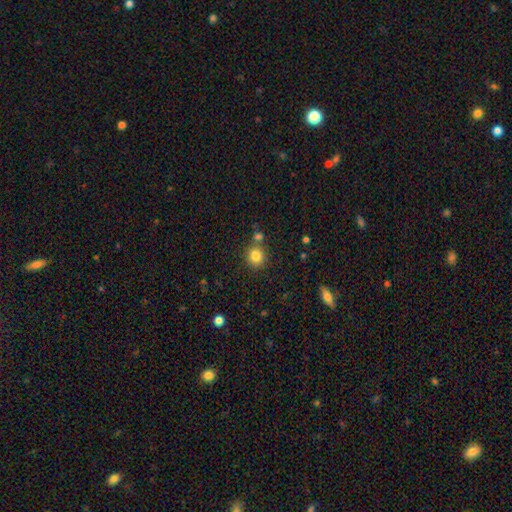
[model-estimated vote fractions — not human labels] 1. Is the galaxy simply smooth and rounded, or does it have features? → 83% smooth, 11% star or artifact, 5% featured or disk.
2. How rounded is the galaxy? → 88% round, 11% in between, 1% cigar-shaped.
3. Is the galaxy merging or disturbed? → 73% none, 15% merger, 9% minor disturbance, 3% major disturbance.